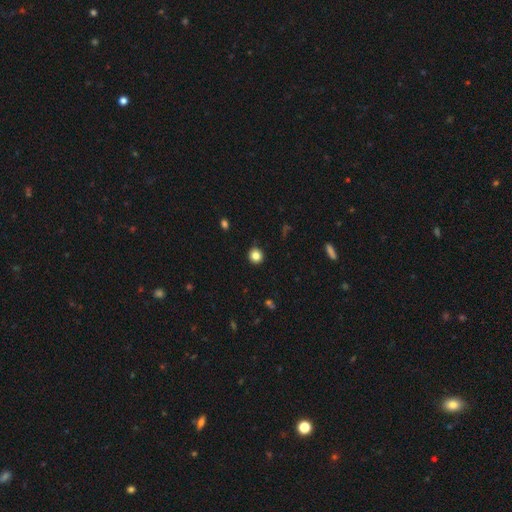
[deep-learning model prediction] This is clearly a smooth galaxy (84%). How rounded: clearly round (92%). Merging: clearly none (91%).